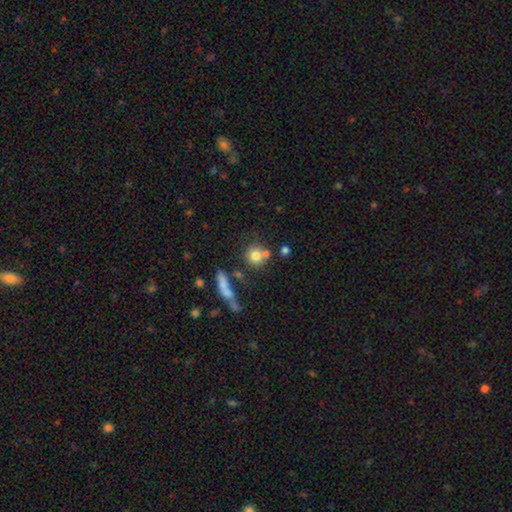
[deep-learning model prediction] This appears to be a smooth galaxy with no disk features (75%) that is round (87%). Merging: none (60%).